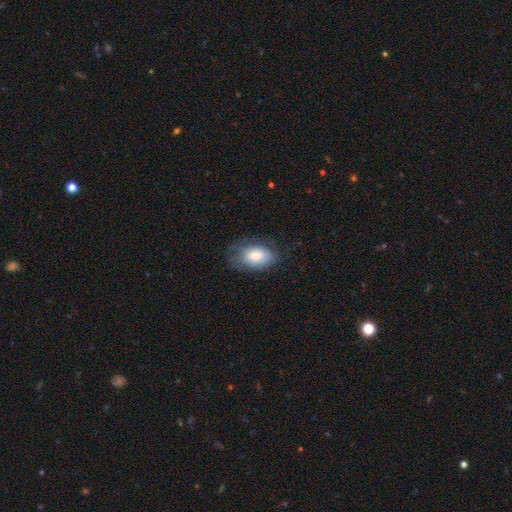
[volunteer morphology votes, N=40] This is likely a smooth galaxy (65%). How rounded: clearly in between (96%). Merging: marginally none (42%).